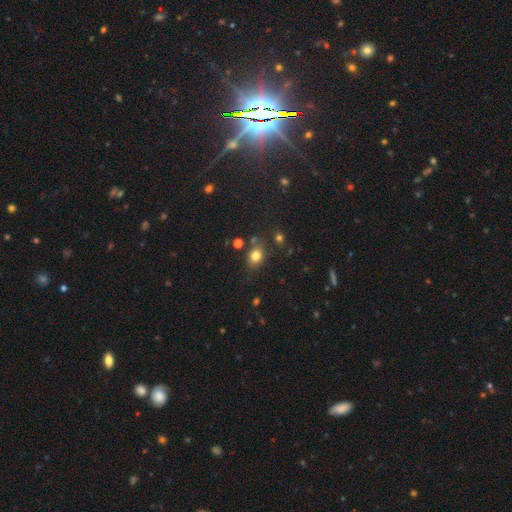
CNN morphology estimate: Smooth or featured?
  - smooth: 78% *
  - star or artifact: 13%
  - featured or disk: 9%
How rounded?
  - in between: 56% *
  - round: 42%
  - cigar-shaped: 1%
Merging?
  - none: 71% *
  - minor disturbance: 16%
  - merger: 8%
  - major disturbance: 5%